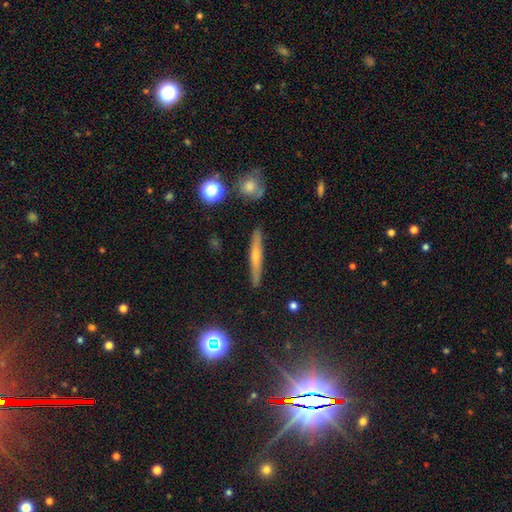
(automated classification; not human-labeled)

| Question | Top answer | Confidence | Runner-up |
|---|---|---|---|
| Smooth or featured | featured or disk | 53% | star or artifact (24%) |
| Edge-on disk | yes | 92% | no (8%) |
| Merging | none | 85% | minor disturbance (10%) |